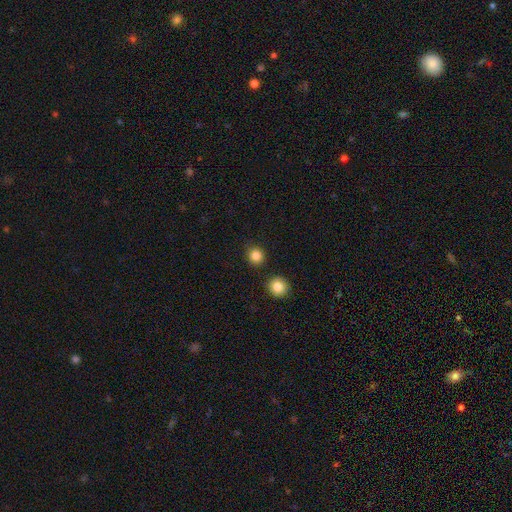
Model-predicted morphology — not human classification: A smooth galaxy with no disk features (85%) that is round (89%). Merging: none (87%).